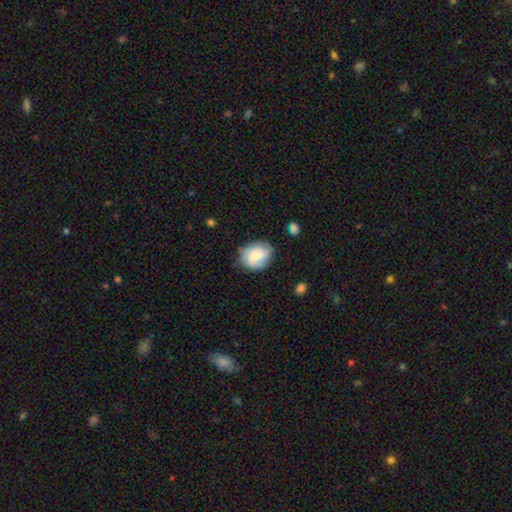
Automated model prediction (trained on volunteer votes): The model was most divided on "how rounded": round: 56%, in between: 43%, cigar-shaped: 1%. More confident: smooth or featured — smooth (68%); merging — none (66%).